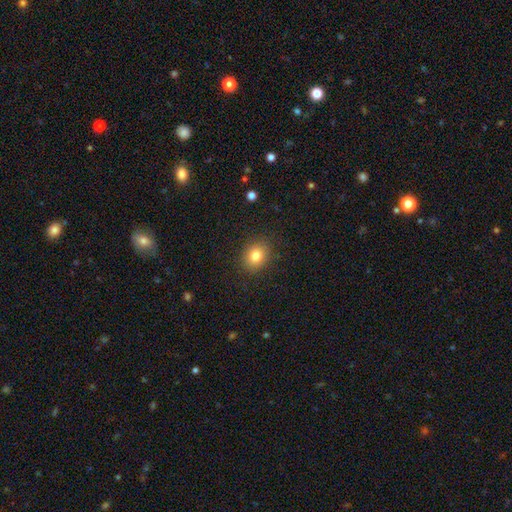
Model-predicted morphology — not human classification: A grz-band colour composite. It shows a smooth galaxy with no disk features (81%) that is round (64%). Merging: none (88%).